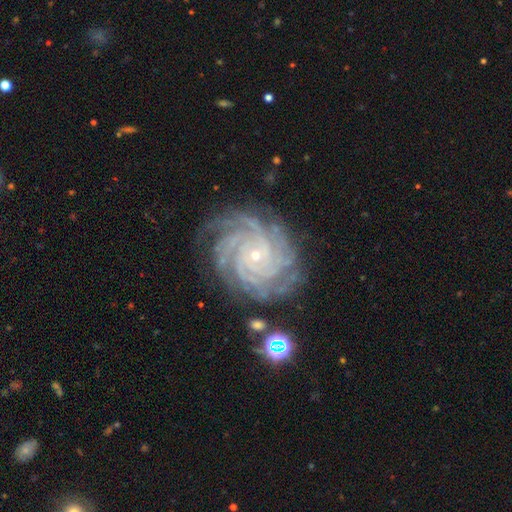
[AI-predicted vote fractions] Smooth or featured? featured or disk (92%)
Edge-on disk? no (98%)
Bar? no (75%)
Spiral arms? yes (99%)
Spiral winding? tight (83%)
Spiral arm count? 4 (34%)
Bulge size? small (85%)
Merging? none (78%)